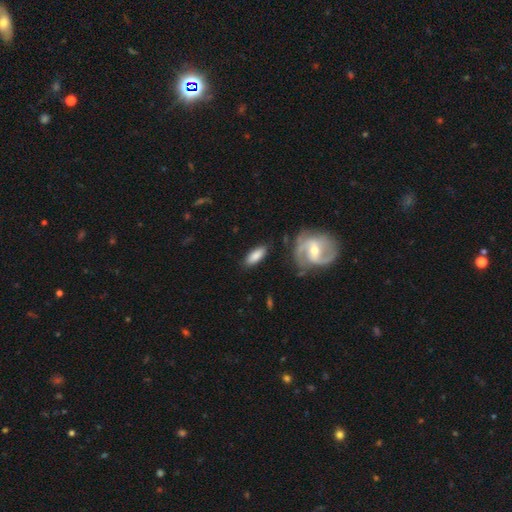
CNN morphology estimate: smooth_or_featured: smooth (p=0.76) [alt: featured or disk p=0.18]
how_rounded: in between (p=0.76) [alt: cigar-shaped p=0.21]
merging: none (p=0.79) [alt: minor disturbance p=0.14]